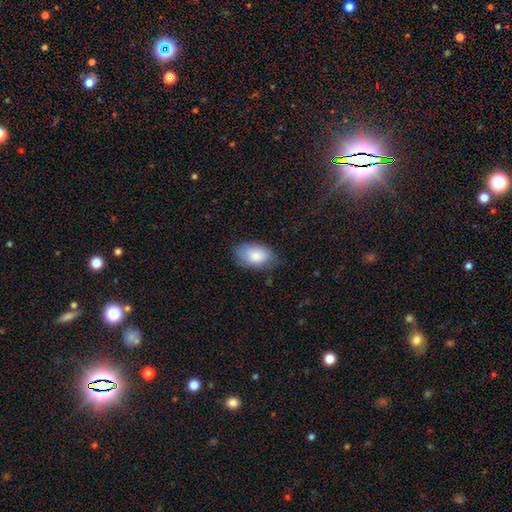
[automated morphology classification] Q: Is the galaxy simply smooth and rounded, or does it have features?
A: smooth — 83%.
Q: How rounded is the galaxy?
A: in between — 91%.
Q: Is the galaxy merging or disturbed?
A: none — 63%.